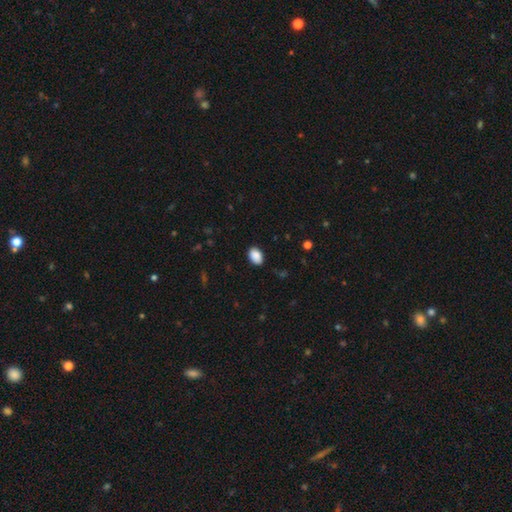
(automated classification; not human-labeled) Smooth or featured? smooth (89%)
How rounded? in between (87%)
Merging? none (85%)